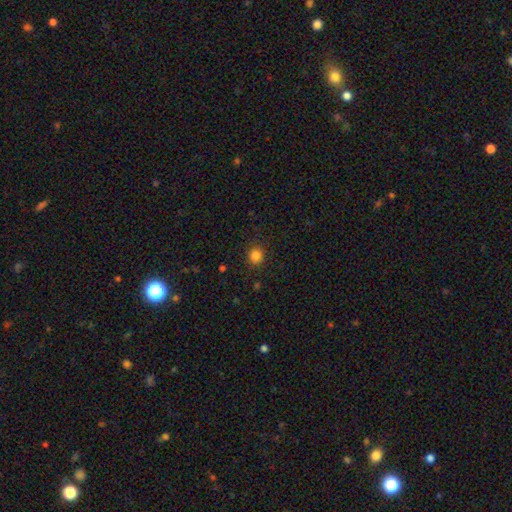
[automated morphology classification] A smooth galaxy with no disk features (84%) that is round (87%).

Vote fractions:
- Smooth or featured? smooth: 84% / star or artifact: 13% / featured or disk: 4%
- How rounded? round: 87% / in between: 13% / cigar-shaped: 1%
- Merging? none: 90% / minor disturbance: 7% / major disturbance: 2% / merger: 1%